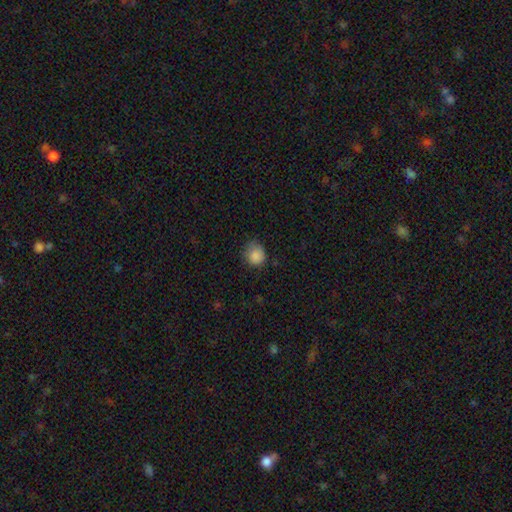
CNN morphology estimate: Q: Smooth or featured?
A: smooth (86%); runner-up: star or artifact (10%)
Q: How rounded?
A: round (80%); runner-up: in between (20%)
Q: Merging?
A: none (67%); runner-up: minor disturbance (27%)